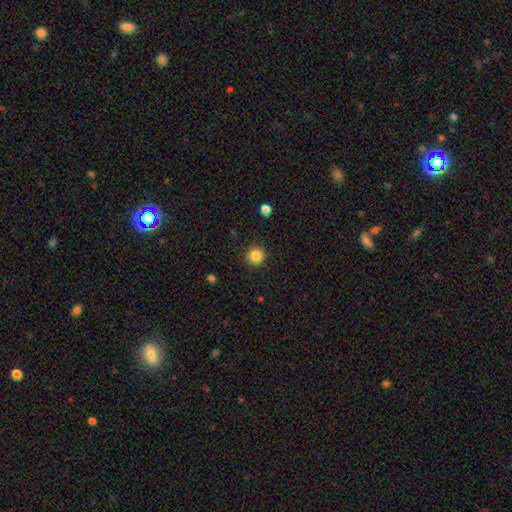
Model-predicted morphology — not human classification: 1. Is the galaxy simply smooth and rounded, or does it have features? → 85% smooth, 11% star or artifact, 4% featured or disk.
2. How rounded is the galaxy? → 94% round, 5% in between, 1% cigar-shaped.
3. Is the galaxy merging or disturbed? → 90% none, 7% minor disturbance, 2% major disturbance, 1% merger.